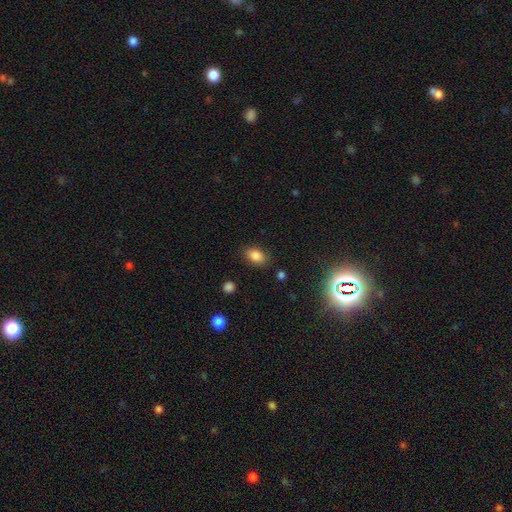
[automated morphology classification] A smooth galaxy with no disk features (84%) that is in between round and cigar-shaped (83%). Merging: none (84%).